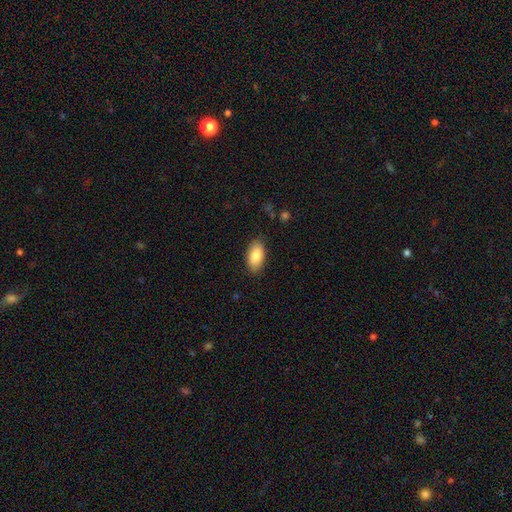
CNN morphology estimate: Smooth or featured? Predicted: smooth (p=0.84). How rounded? Predicted: in between (p=0.93). Merging? Predicted: none (p=0.86).